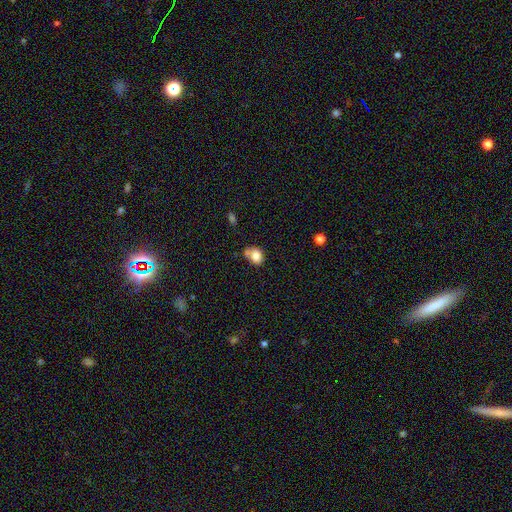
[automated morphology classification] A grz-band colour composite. It shows a smooth galaxy with no disk features (81%) that is round (55%). Merging: none (46%).